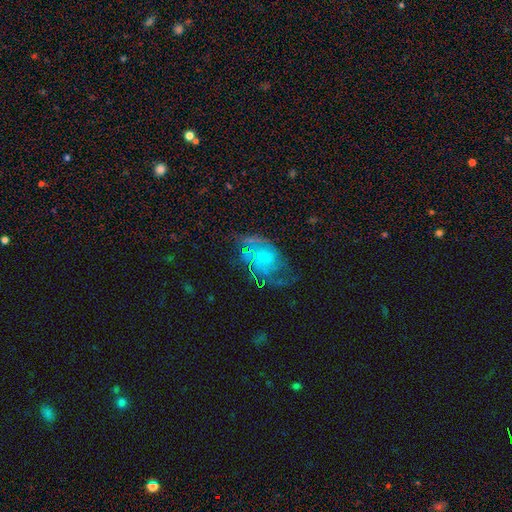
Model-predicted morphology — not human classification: type=featured or disk (72%); edge-on=no (97%); bar=no (61%); spiral arms=yes (84%); winding=medium (46%); arm count=2 (52%); bulge=small (62%); merging=none (47%).